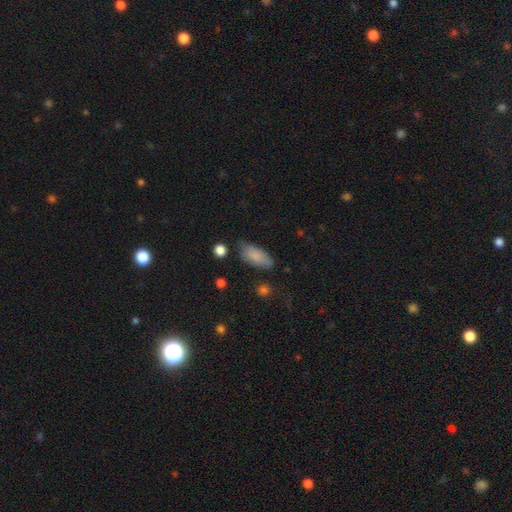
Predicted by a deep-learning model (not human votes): Overall: smooth (82%). How rounded: in between (86%). Merging: none (63%; minor disturbance 28%).